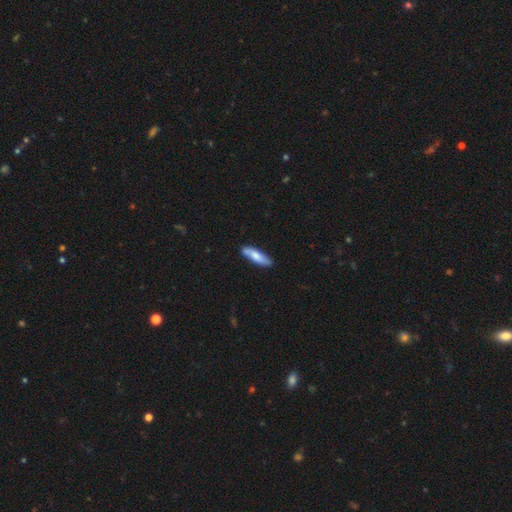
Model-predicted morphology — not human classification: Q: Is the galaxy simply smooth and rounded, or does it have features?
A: smooth — 70%.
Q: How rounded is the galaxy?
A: cigar-shaped — 61%.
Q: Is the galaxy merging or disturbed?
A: none — 80%.